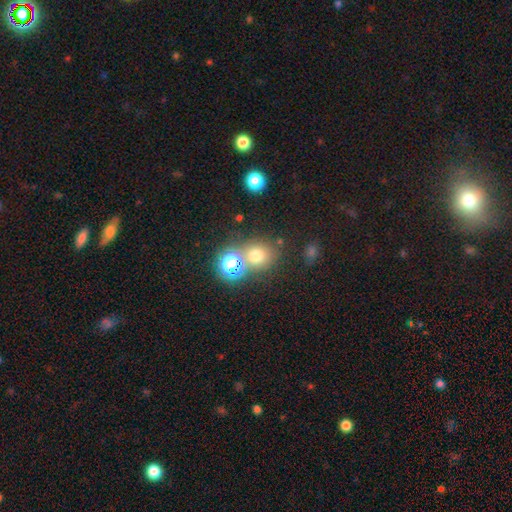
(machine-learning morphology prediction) Smooth or featured?
  - smooth: 67% *
  - star or artifact: 24%
  - featured or disk: 9%
How rounded?
  - round: 81% *
  - in between: 18%
  - cigar-shaped: 1%
Merging?
  - none: 65% *
  - merger: 21%
  - minor disturbance: 10%
  - major disturbance: 4%